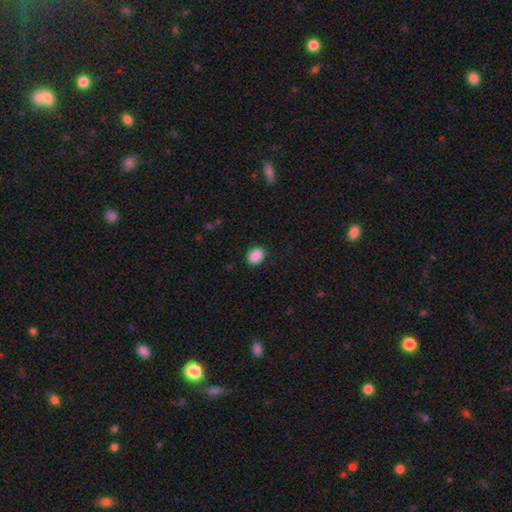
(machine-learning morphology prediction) Smooth or featured? Predicted: smooth (p=0.90). How rounded? Predicted: in between (p=0.75). Merging? Predicted: none (p=0.86).